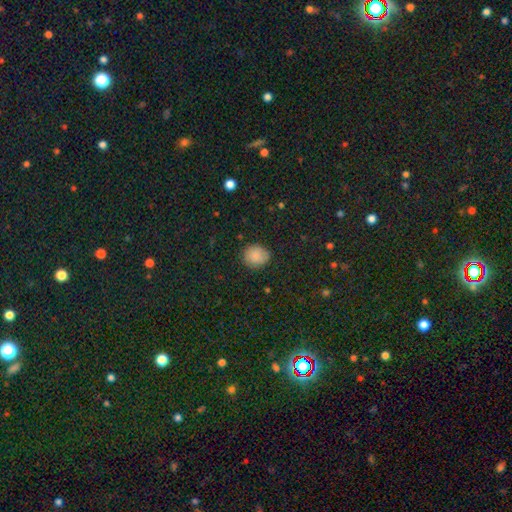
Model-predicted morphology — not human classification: Smooth or featured? Predicted: smooth (p=0.84). How rounded? Predicted: round (p=0.77). Merging? Predicted: none (p=0.83).